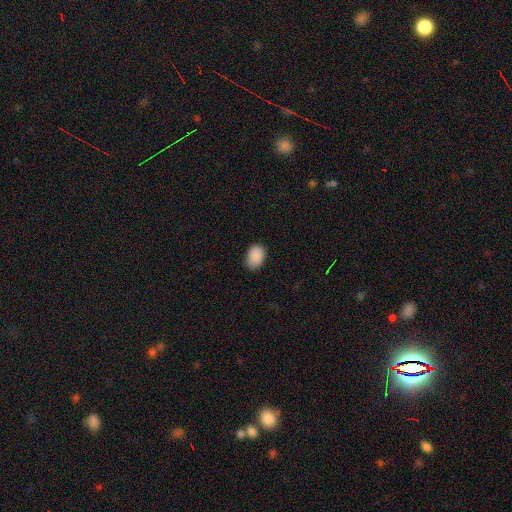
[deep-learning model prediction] Overall: smooth (90%). How rounded: in between (82%). Merging: none (83%).